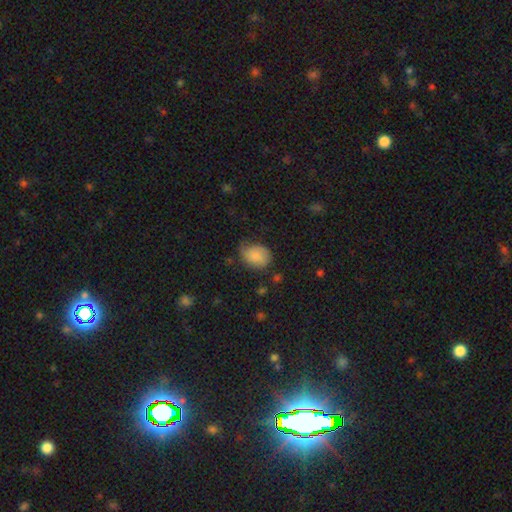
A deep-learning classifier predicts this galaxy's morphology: Smooth or featured: smooth — 81% (featured or disk — 12%)
How rounded: in between — 60% (round — 39%)
Merging: none — 49% (minor disturbance — 37%)